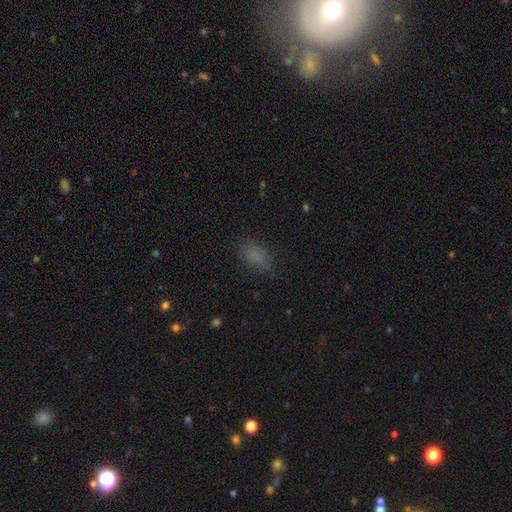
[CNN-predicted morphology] type=smooth (81%); roundness=in between (88%); merging=none (80%).